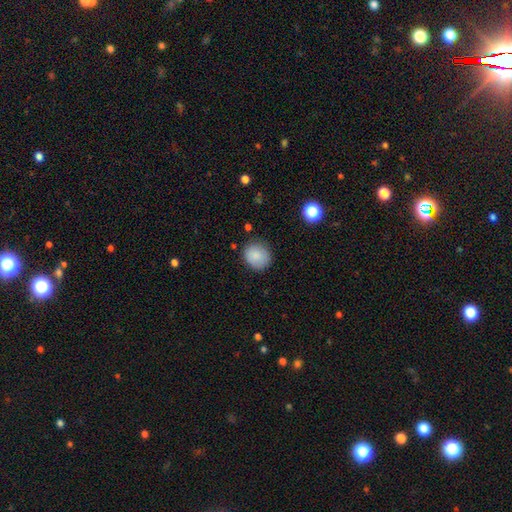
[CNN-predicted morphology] type=smooth (85%); roundness=round (83%); merging=none (81%).